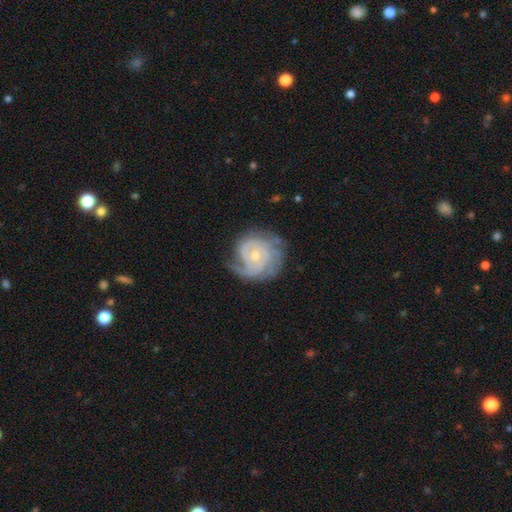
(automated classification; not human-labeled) A featured or disk galaxy (88%) with no bar (66%), 3 (27%) tight (69%) spiral arms (97%) and a small central bulge (56%).

Vote fractions:
- Smooth or featured? featured or disk: 88% / smooth: 7% / star or artifact: 5%
- Edge-on disk? no: 98% / yes: 2%
- Bar? no: 66% / weak: 28% / strong: 5%
- Spiral arms? yes: 97% / no: 3%
- Spiral winding? tight: 69% / medium: 26% / loose: 6%
- Spiral arm count? 3: 27% / can't tell: 26% / 2: 23% / 4: 11% / 1: 7% / more than 4: 6%
- Bulge size? small: 56% / moderate: 40% / large: 1% / none: 1% / dominant: 1%
- Merging? none: 69% / minor disturbance: 20% / major disturbance: 9% / merger: 1%